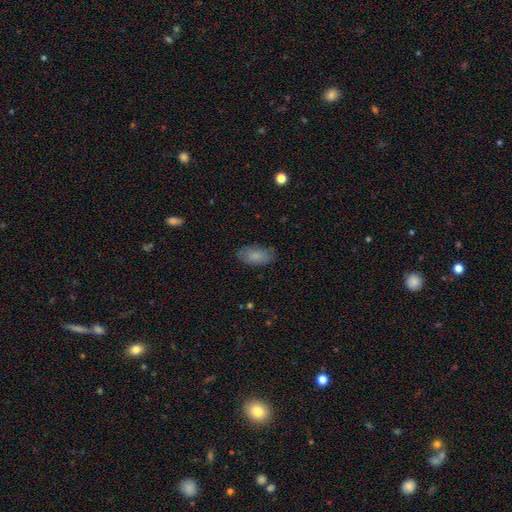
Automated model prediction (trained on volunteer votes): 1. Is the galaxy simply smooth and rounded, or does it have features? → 82% smooth, 11% featured or disk, 7% star or artifact.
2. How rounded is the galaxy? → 93% in between, 5% cigar-shaped, 3% round.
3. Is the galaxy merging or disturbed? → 82% none, 14% minor disturbance, 3% major disturbance, 1% merger.